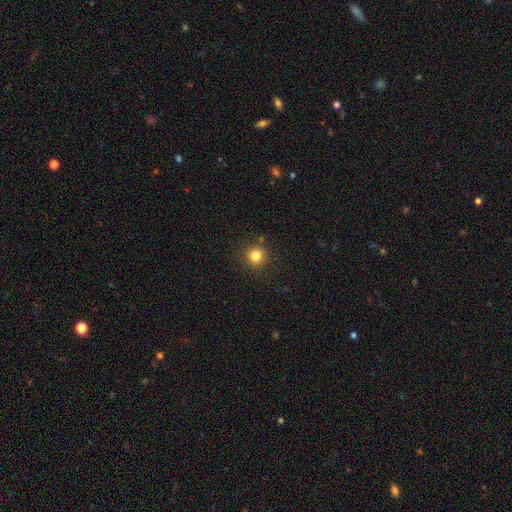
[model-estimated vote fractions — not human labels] A smooth galaxy with no disk features (82%) that is round (94%).

Vote fractions:
- Smooth or featured? smooth: 82% / star or artifact: 13% / featured or disk: 5%
- How rounded? round: 94% / in between: 5% / cigar-shaped: 1%
- Merging? none: 88% / minor disturbance: 7% / merger: 3% / major disturbance: 2%